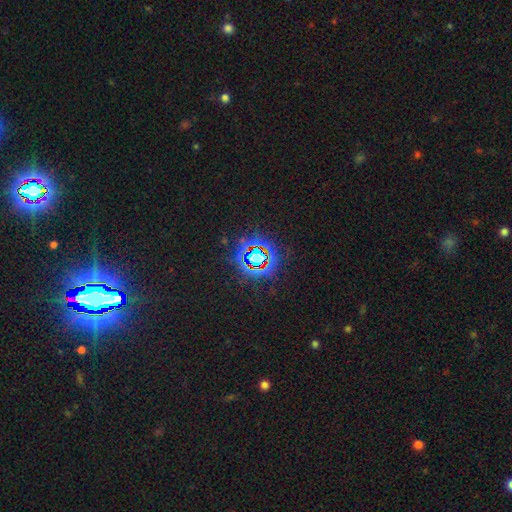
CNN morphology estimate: A star or artifact, not a galaxy (81%).